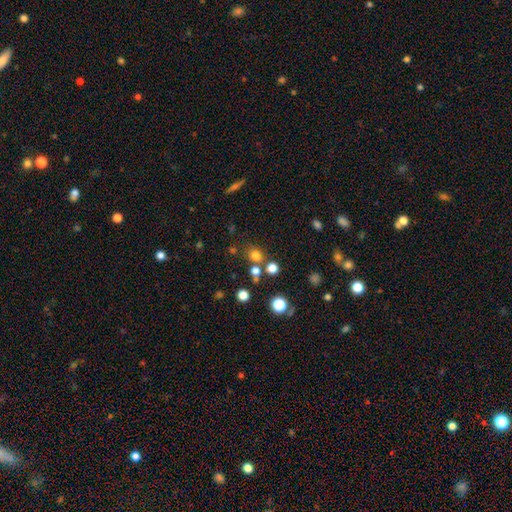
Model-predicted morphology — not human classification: This is likely a smooth galaxy (73%). How rounded: likely round (80%). Merging: likely none (71%).